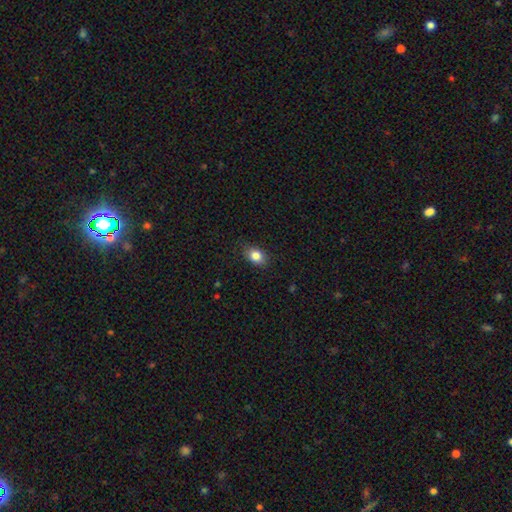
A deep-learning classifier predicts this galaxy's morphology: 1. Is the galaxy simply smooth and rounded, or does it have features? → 83% smooth, 9% star or artifact, 7% featured or disk.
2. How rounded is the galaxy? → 69% in between, 30% round, 2% cigar-shaped.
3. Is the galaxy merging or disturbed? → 81% none, 15% minor disturbance, 3% major disturbance, 1% merger.